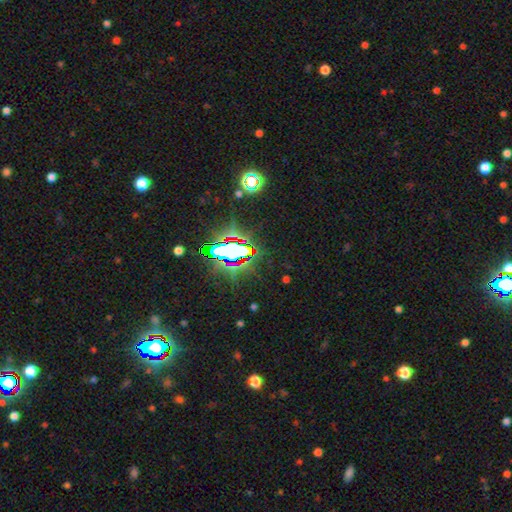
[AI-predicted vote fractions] This appears to be a star or artifact, not a galaxy (82%).